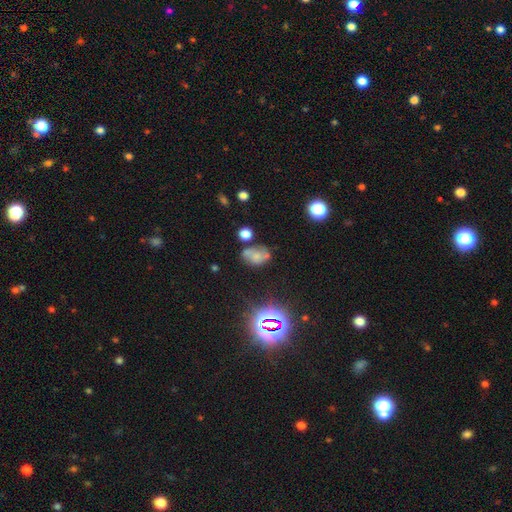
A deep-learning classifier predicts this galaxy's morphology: Overall: smooth (46%; featured or disk 33%). Merging: none (43%; minor disturbance 24%).